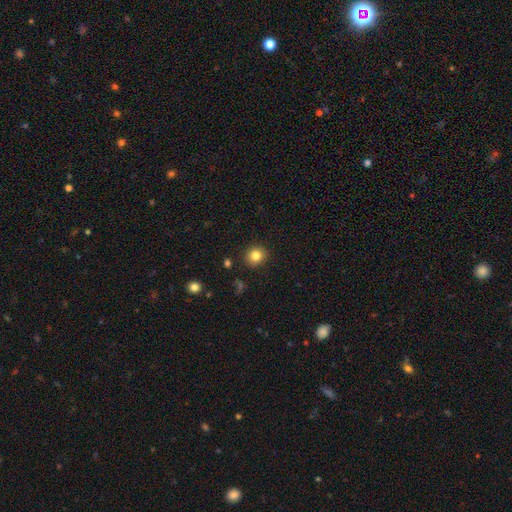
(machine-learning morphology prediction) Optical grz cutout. It shows a smooth galaxy with no disk features (82%) that is round (86%). Merging: none (90%).